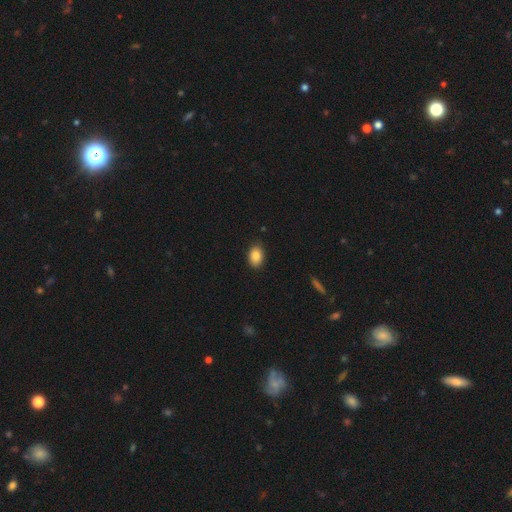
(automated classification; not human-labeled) smooth-or-featured: smooth: 87% | star or artifact: 8% | featured or disk: 5%
  how-rounded: in between: 84% | round: 15% | cigar-shaped: 1%
  merging: none: 86% | minor disturbance: 11% | major disturbance: 2% | merger: 1%